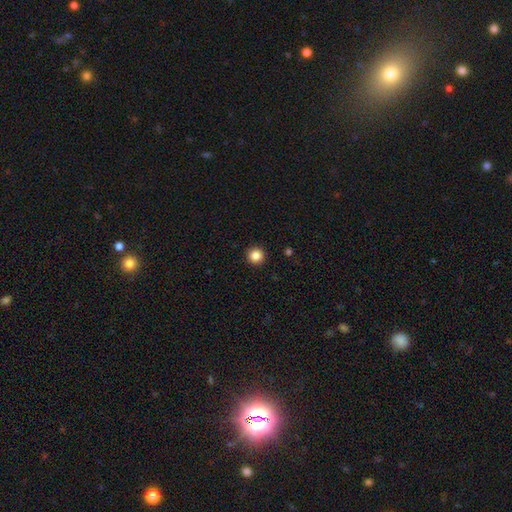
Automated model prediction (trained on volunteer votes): This is clearly a smooth galaxy (86%). How rounded: clearly round (96%). Merging: clearly none (93%).